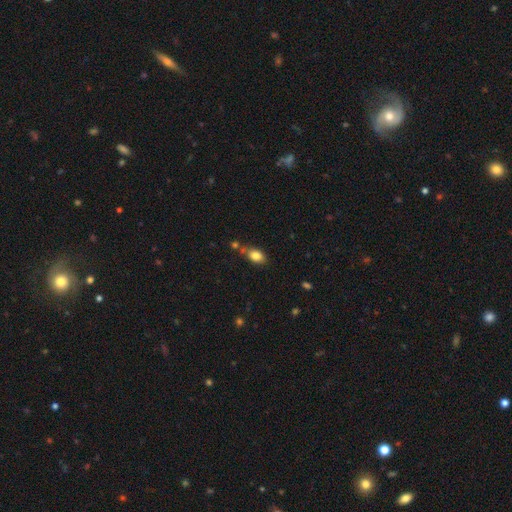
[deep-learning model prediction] Smooth or featured? Predicted: smooth (p=0.82). How rounded? Predicted: in between (p=0.82). Merging? Predicted: none (p=0.62).